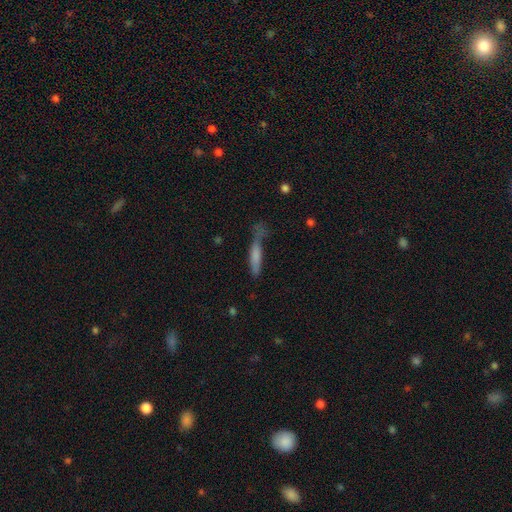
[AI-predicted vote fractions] Smooth or featured? smooth (68%)
How rounded? cigar-shaped (84%)
Merging? none (42%)